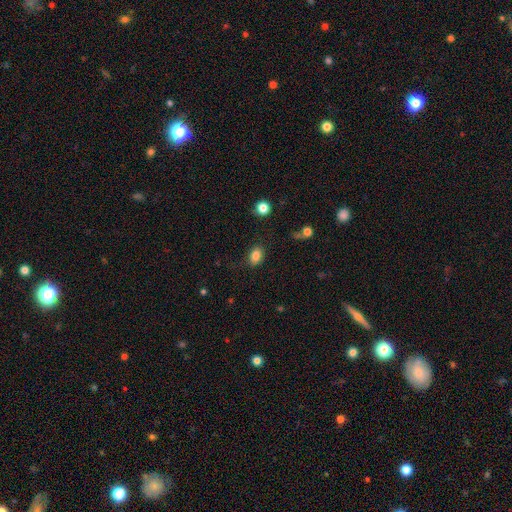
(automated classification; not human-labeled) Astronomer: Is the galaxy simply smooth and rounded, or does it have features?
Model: smooth — 84%.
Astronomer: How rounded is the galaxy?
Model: in between — 74%.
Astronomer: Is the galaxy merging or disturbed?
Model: none — 81%.